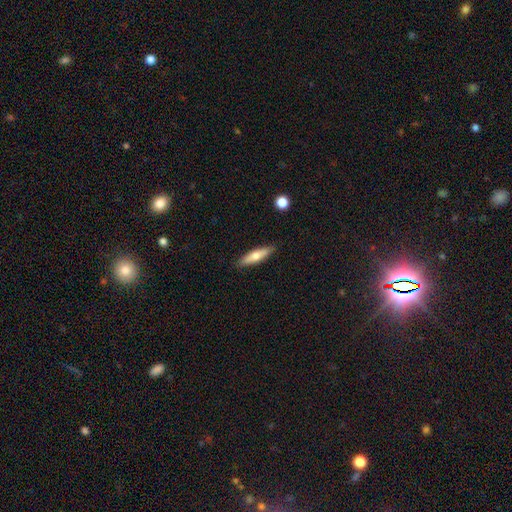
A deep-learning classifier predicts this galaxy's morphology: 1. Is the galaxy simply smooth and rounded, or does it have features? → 63% smooth, 31% featured or disk, 6% star or artifact.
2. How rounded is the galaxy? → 73% cigar-shaped, 25% in between, 2% round.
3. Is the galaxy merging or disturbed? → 88% none, 9% minor disturbance, 2% major disturbance, 1% merger.